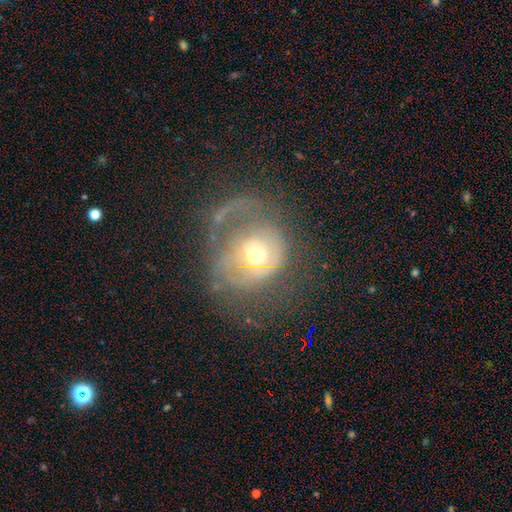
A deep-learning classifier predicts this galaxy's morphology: This appears to be a featured or disk galaxy (58%) with no bar (81%), spiral arms (51%) and a moderate central bulge (64%). Merging: major disturbance (55%).